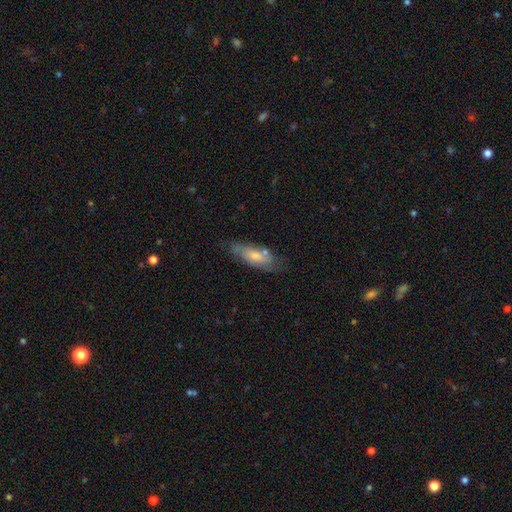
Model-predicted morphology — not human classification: A smooth galaxy with no disk features (60%) that is in between round and cigar-shaped (68%). Merging: none (61%).